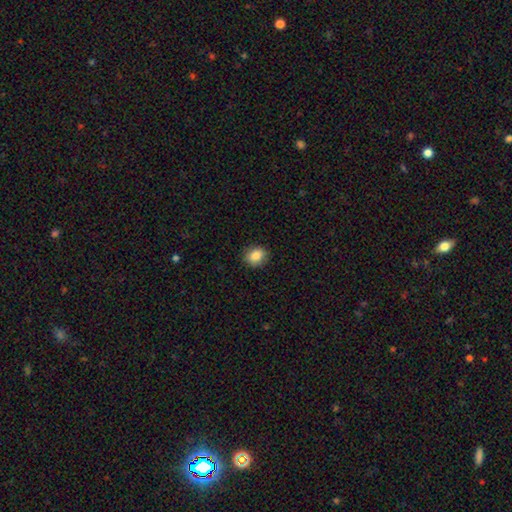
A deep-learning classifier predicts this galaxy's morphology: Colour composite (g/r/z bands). It shows a smooth galaxy with no disk features (85%) that is round (61%). Merging: none (89%).